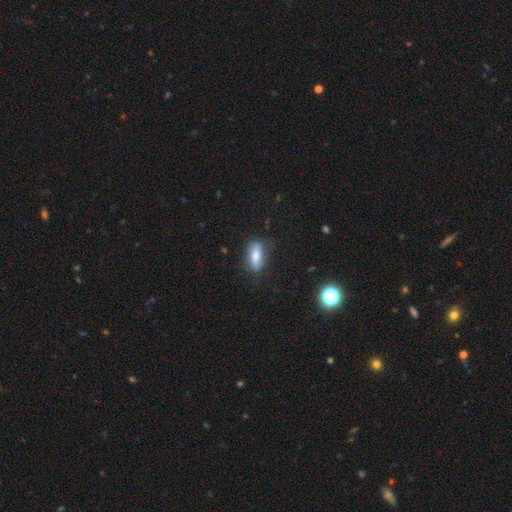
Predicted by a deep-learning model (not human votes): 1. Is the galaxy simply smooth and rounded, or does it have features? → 68% smooth, 25% featured or disk, 7% star or artifact.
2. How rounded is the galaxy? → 59% in between, 38% cigar-shaped, 3% round.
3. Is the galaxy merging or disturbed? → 78% none, 16% minor disturbance, 5% major disturbance, 1% merger.